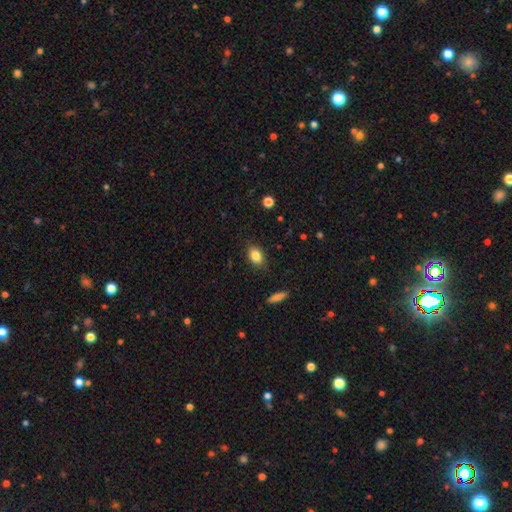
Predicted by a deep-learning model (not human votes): smooth_or_featured: smooth (p=0.84) [alt: star or artifact p=0.09]
how_rounded: in between (p=0.80) [alt: round p=0.18]
merging: none (p=0.86) [alt: minor disturbance p=0.11]